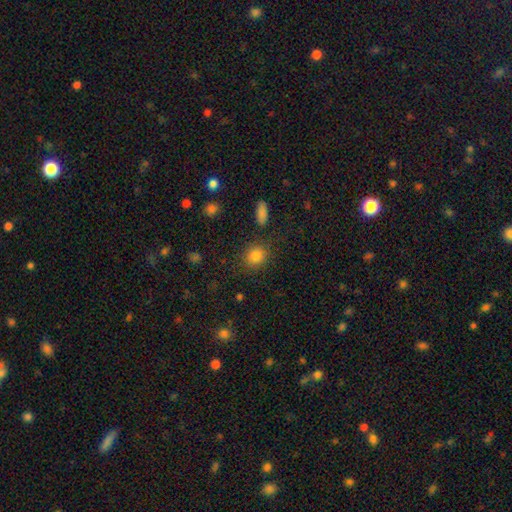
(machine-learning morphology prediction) smooth_or_featured: smooth (p=0.84) [alt: star or artifact p=0.11]
how_rounded: round (p=0.74) [alt: in between p=0.25]
merging: none (p=0.81) [alt: minor disturbance p=0.11]